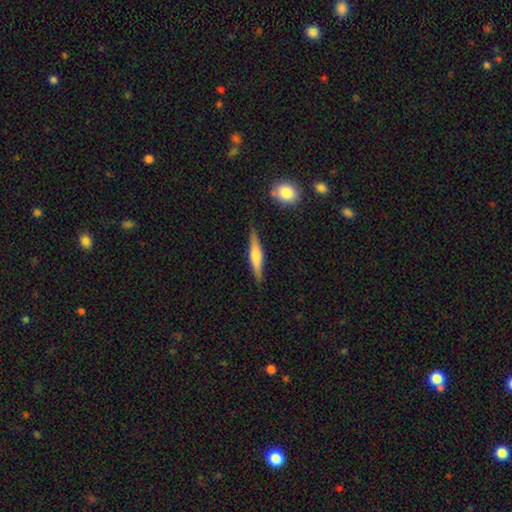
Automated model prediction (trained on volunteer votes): Overall: featured or disk (54%; smooth 40%). Edge-on disk: yes (96%). Edge-on bulge: rounded (73%). Merging: none (86%).